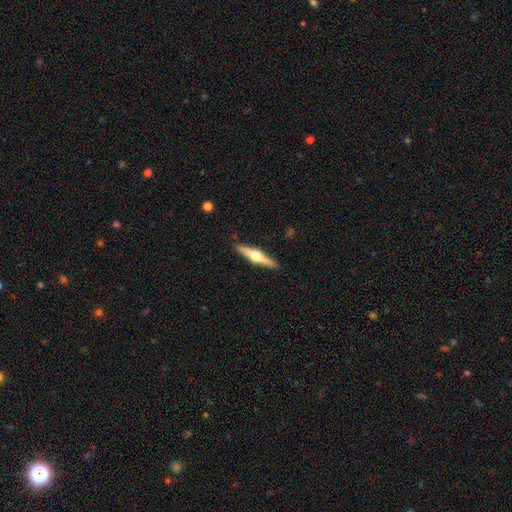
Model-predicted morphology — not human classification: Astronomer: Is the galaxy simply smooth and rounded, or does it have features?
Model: featured or disk — 69%.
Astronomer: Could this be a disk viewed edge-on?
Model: yes — 98%.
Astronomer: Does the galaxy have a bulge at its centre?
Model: rounded — 95%.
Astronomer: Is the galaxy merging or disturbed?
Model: none — 91%.